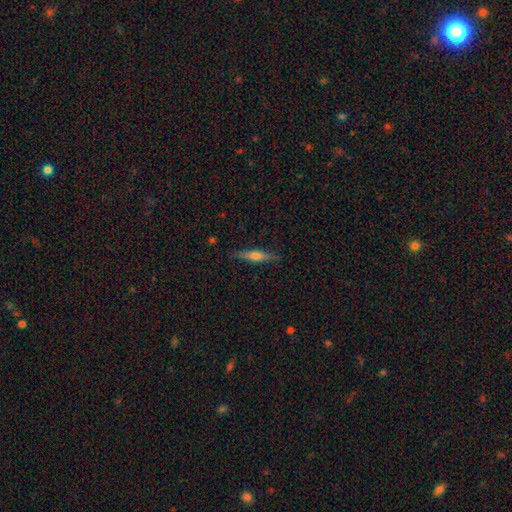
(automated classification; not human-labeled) The model was most divided on "smooth or featured": featured or disk: 49%, smooth: 45%, star or artifact: 6%. More confident: merging — none (87%).